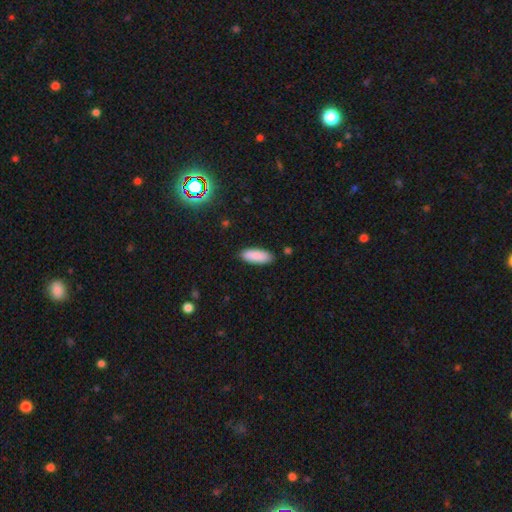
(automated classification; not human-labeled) A smooth galaxy with no disk features (88%) that is in between round and cigar-shaped (76%). Merging: none (86%).